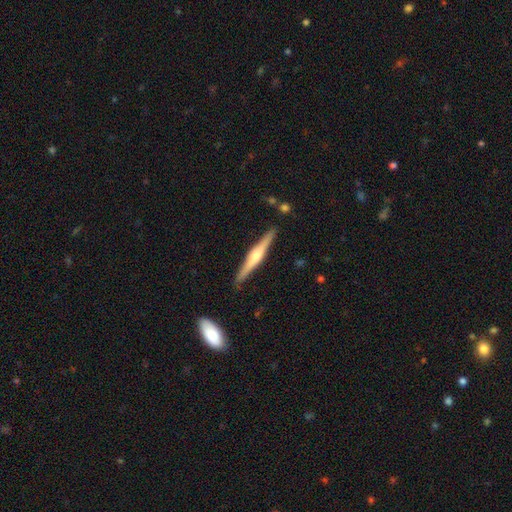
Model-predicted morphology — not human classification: smooth_or_featured: featured or disk (p=0.71) [alt: smooth p=0.24]
disk_edge_on: yes (p=0.98) [alt: no p=0.02]
edge_on_bulge: rounded (p=0.85) [alt: boxy p=0.09]
merging: none (p=0.89) [alt: minor disturbance p=0.08]